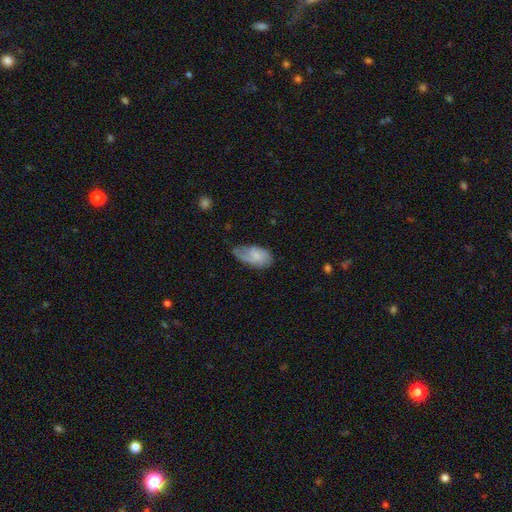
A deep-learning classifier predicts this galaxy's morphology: Q: Smooth or featured?
A: smooth (57%); runner-up: featured or disk (36%)
Q: How rounded?
A: in between (93%); runner-up: round (4%)
Q: Merging?
A: none (45%); runner-up: minor disturbance (36%)